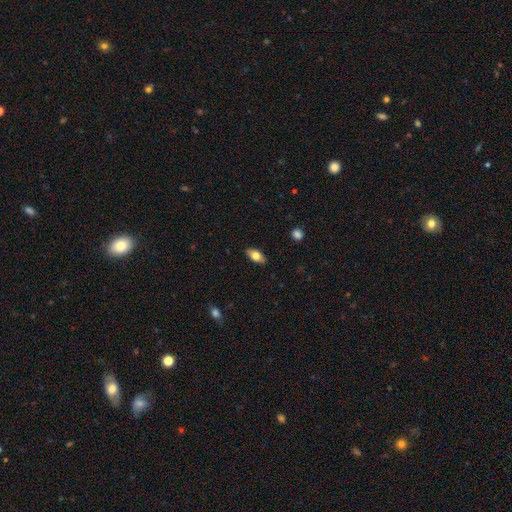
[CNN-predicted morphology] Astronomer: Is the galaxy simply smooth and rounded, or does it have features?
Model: smooth — 73%.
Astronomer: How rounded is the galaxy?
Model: in between — 88%.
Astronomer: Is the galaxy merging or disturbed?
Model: none — 87%.